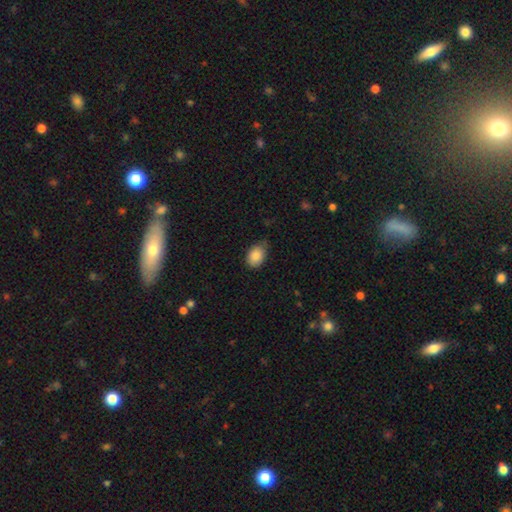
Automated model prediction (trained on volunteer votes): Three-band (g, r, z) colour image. It shows a smooth galaxy with no disk features (87%) that is in between round and cigar-shaped (76%). Merging: none (63%).